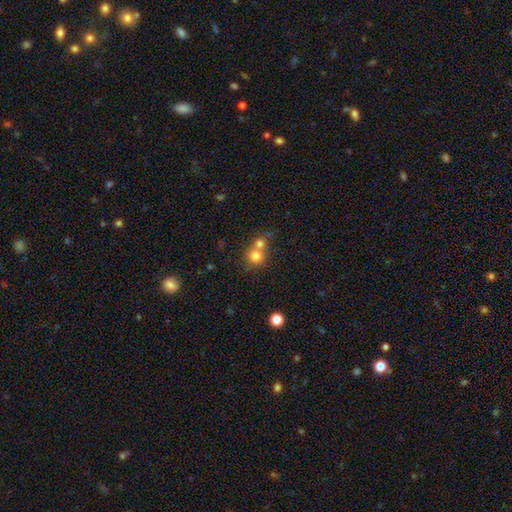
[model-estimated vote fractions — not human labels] Smooth or featured?
  - smooth: 77% *
  - featured or disk: 12%
  - star or artifact: 12%
How rounded?
  - round: 87% *
  - in between: 12%
  - cigar-shaped: 1%
Merging?
  - merger: 51% *
  - none: 41%
  - minor disturbance: 6%
  - major disturbance: 2%